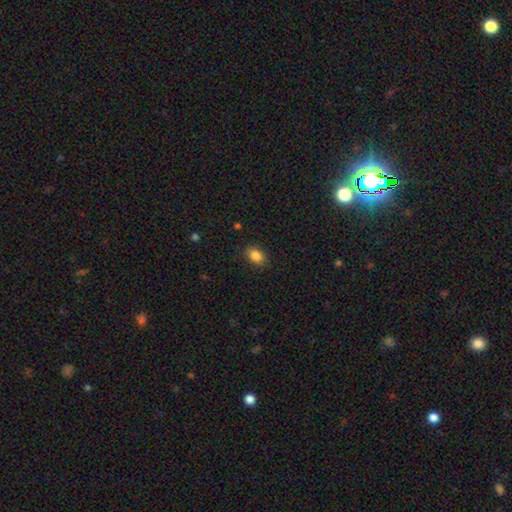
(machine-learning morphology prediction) This appears to be a smooth galaxy with no disk features (86%) that is in between round and cigar-shaped (75%). Merging: none (87%).